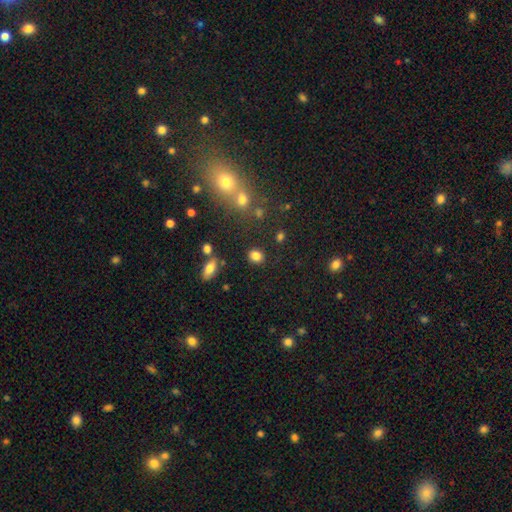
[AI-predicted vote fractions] A smooth galaxy with no disk features (83%) that is round (64%). Merging: none (83%).